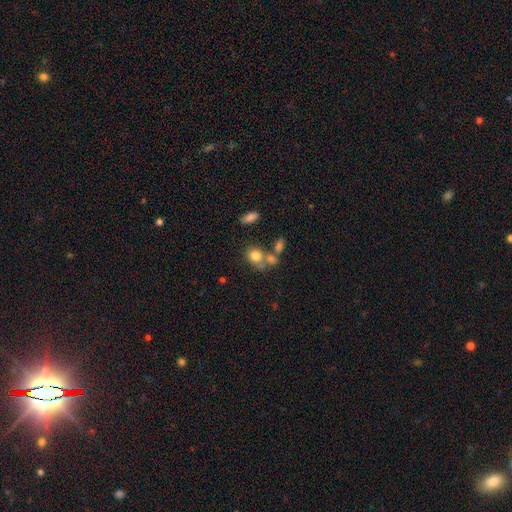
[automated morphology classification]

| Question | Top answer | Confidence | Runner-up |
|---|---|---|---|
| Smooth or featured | smooth | 76% | featured or disk (12%) |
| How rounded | round | 66% | in between (32%) |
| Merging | none | 45% | merger (36%) |